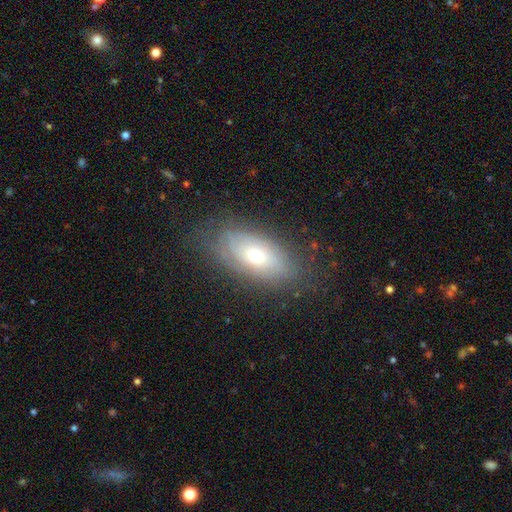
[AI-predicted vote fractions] Smooth or featured? Predicted: featured or disk (p=0.50). Edge-on disk? Predicted: no (p=0.83). Merging? Predicted: none (p=0.74).